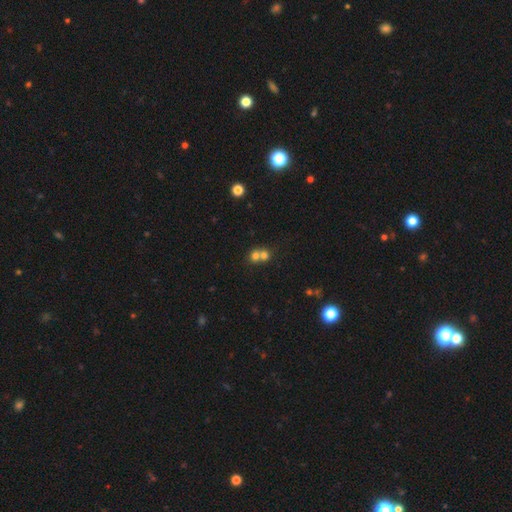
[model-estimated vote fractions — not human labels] A smooth galaxy with no disk features (71%) that is round (78%). Merging: merger (63%).